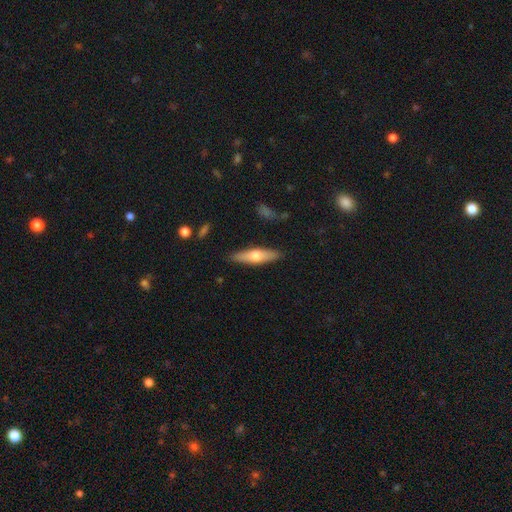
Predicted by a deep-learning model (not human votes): smooth-or-featured: smooth: 54% | featured or disk: 41% | star or artifact: 6%
  how-rounded: cigar-shaped: 68% | in between: 30% | round: 2%
  merging: none: 87% | minor disturbance: 9% | major disturbance: 2% | merger: 2%